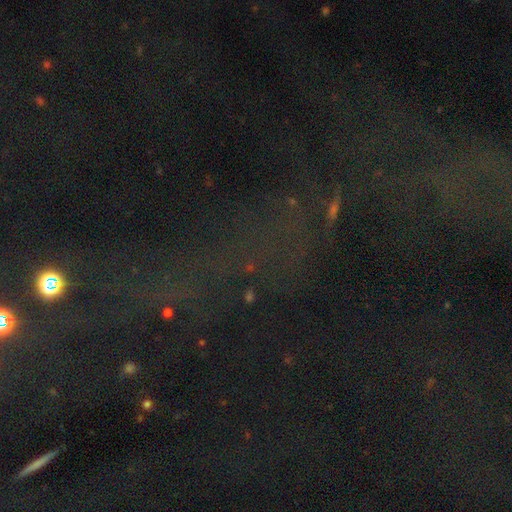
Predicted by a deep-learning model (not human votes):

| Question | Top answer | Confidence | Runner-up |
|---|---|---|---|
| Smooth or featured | star or artifact | 72% | smooth (15%) |